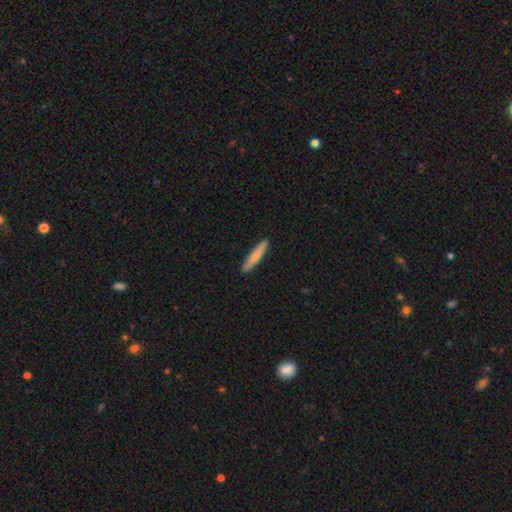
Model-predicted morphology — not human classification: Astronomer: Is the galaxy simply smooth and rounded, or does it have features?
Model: smooth — 72%.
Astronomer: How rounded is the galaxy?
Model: cigar-shaped — 91%.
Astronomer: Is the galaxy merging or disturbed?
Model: none — 90%.